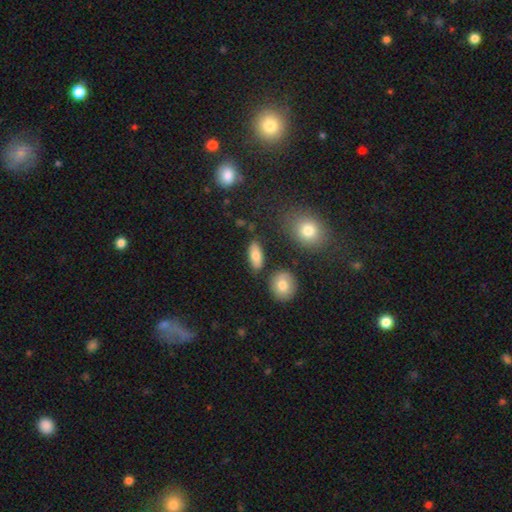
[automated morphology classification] Smooth or featured?
  - smooth: 79% *
  - featured or disk: 13%
  - star or artifact: 8%
How rounded?
  - in between: 83% *
  - cigar-shaped: 12%
  - round: 6%
Merging?
  - none: 81% *
  - minor disturbance: 11%
  - merger: 5%
  - major disturbance: 3%